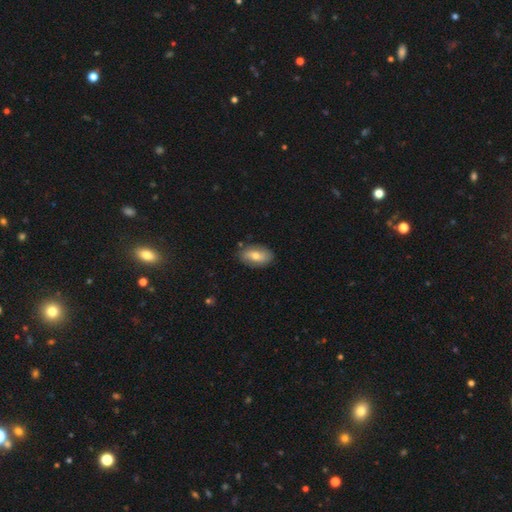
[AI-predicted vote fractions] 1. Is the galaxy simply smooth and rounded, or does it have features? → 64% smooth, 30% featured or disk, 7% star or artifact.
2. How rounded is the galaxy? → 91% in between, 7% round, 2% cigar-shaped.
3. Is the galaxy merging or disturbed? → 83% none, 13% minor disturbance, 3% major disturbance, 2% merger.